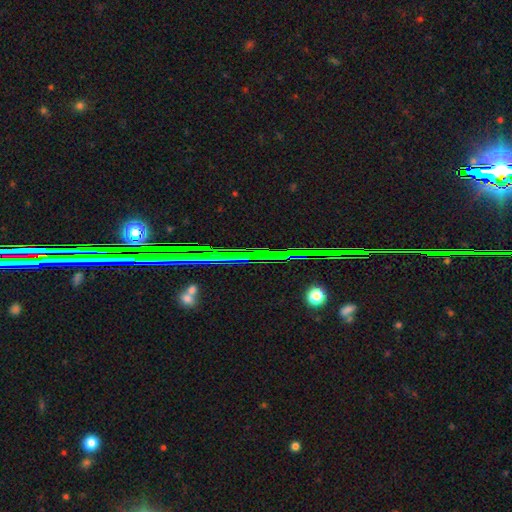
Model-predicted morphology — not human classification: smooth_or_featured: star or artifact (p=0.81) [alt: featured or disk p=0.10]